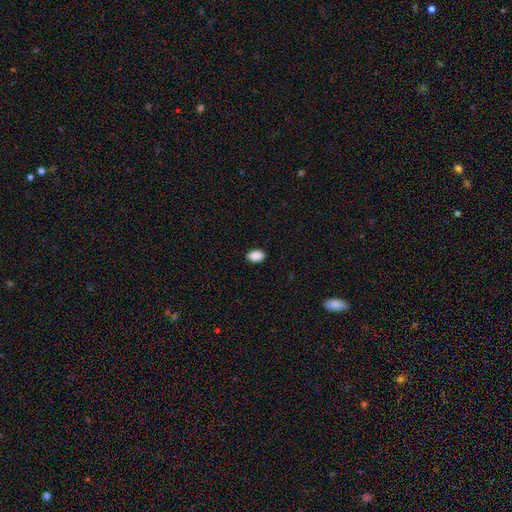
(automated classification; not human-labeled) smooth 90%, star or artifact 7%, featured or disk 2%. Down the decision tree: how rounded — in between (87%); merging — none (88%).